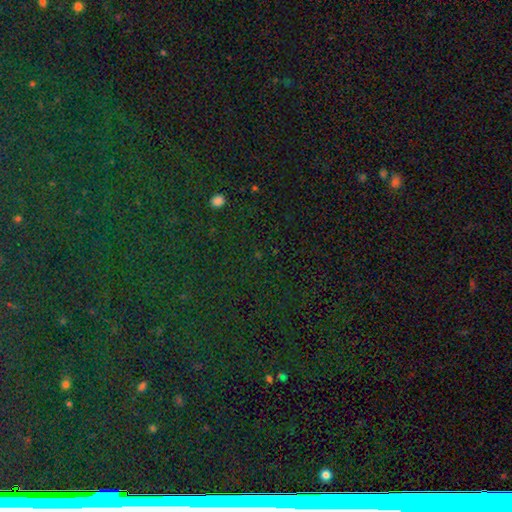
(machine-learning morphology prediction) Smooth or featured? Predicted: star or artifact (p=0.80).